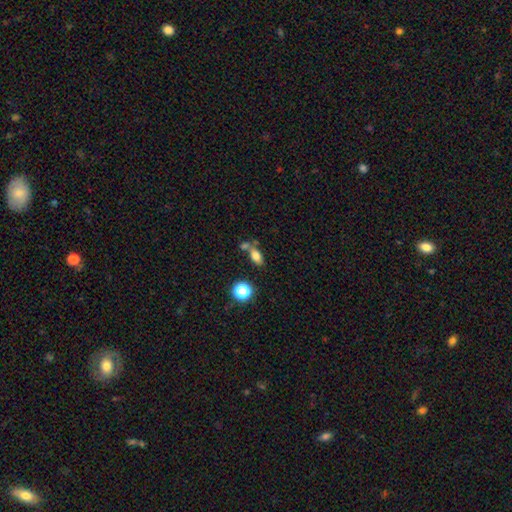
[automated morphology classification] Smooth or featured? smooth (77%)
How rounded? in between (82%)
Merging? none (51%)